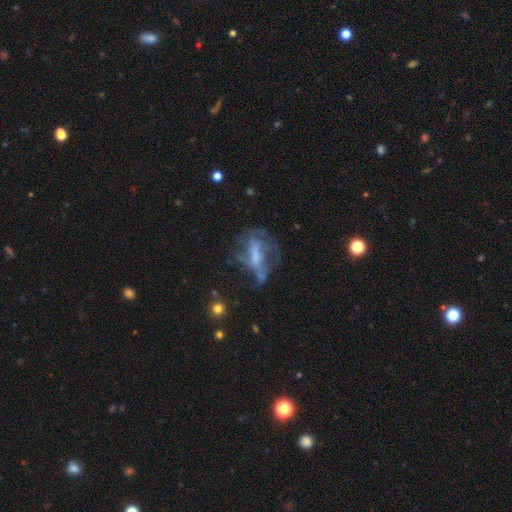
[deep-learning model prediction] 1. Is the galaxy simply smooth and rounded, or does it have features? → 58% featured or disk, 28% smooth, 14% star or artifact.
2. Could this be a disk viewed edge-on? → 83% no, 17% yes.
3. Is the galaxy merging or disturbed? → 38% none, 36% major disturbance, 21% minor disturbance, 5% merger.